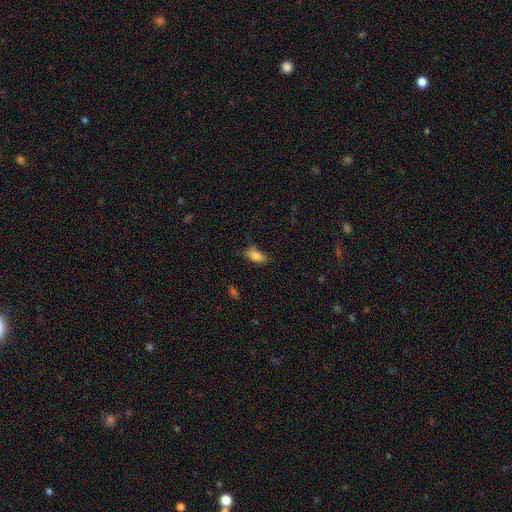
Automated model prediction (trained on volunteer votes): A smooth galaxy with no disk features (82%) that is in between round and cigar-shaped (88%). Merging: none (64%).